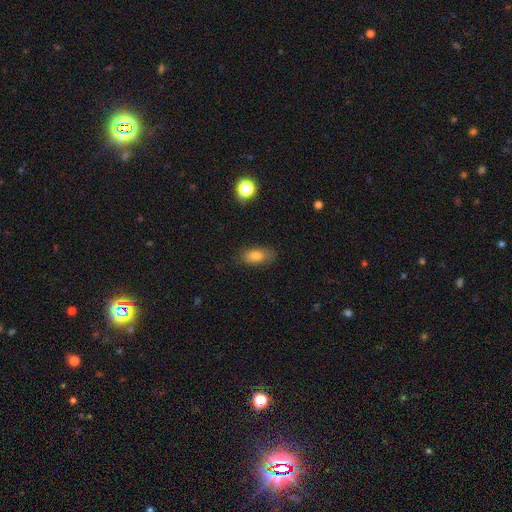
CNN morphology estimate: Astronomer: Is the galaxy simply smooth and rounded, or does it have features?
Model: smooth — 78%.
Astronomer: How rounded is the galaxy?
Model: in between — 85%.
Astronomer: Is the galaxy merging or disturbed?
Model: none — 79%.